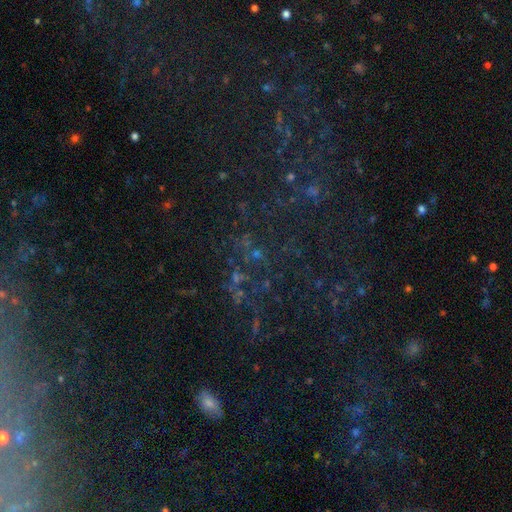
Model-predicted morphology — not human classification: Smooth or featured?
  - star or artifact: 65% *
  - smooth: 18%
  - featured or disk: 17%